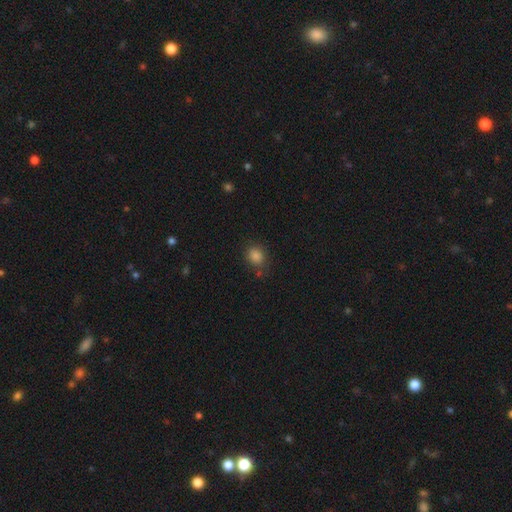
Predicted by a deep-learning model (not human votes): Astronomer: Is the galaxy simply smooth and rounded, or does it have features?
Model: smooth — 84%.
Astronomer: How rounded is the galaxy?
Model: round — 64%.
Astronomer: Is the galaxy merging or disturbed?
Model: none — 75%.